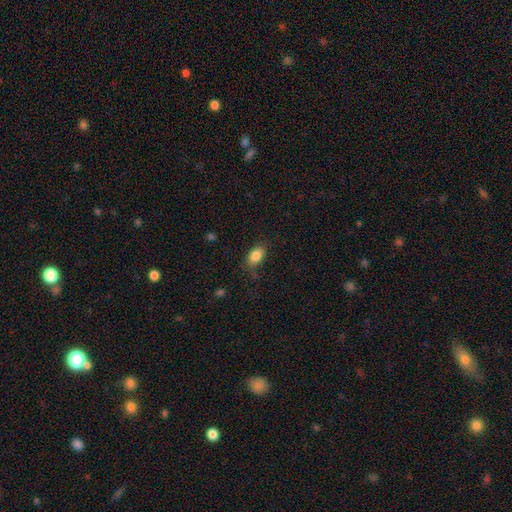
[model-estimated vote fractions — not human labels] smooth-or-featured: smooth: 85% | star or artifact: 9% | featured or disk: 7%
  how-rounded: in between: 87% | round: 10% | cigar-shaped: 2%
  merging: none: 76% | minor disturbance: 17% | major disturbance: 5% | merger: 2%